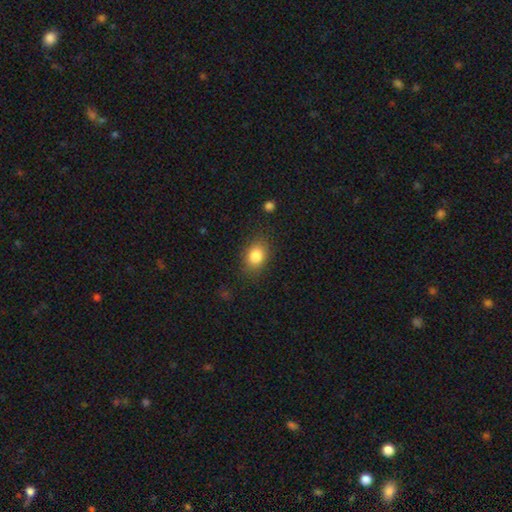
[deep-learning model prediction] smooth 84%, star or artifact 9%, featured or disk 7%. Down the decision tree: how rounded — in between (66%); merging — none (80%).